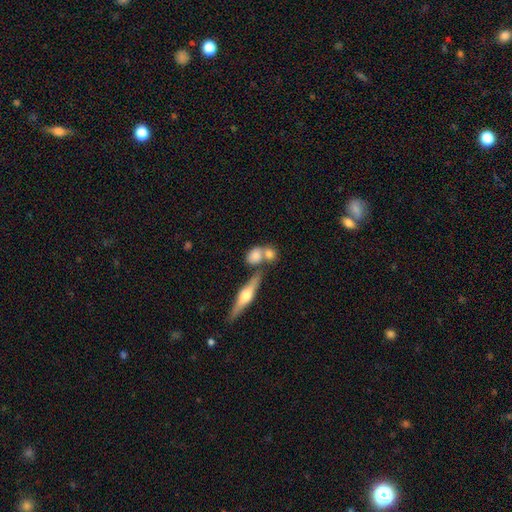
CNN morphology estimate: Overall: smooth (72%). How rounded: round (50%; in between 42%). Merging: none (49%; merger 36%).